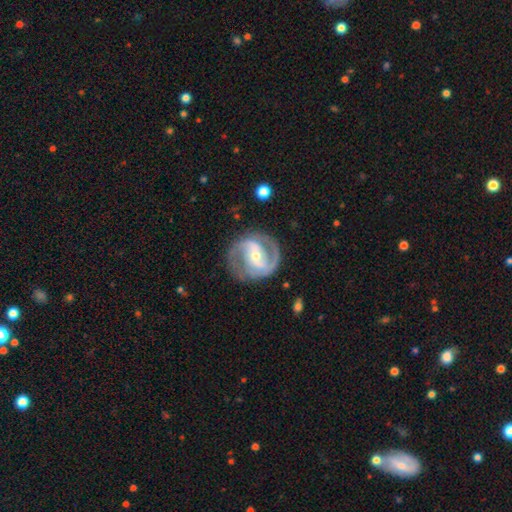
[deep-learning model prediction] Smooth or featured? Predicted: featured or disk (p=0.90). Edge-on disk? Predicted: no (p=0.98). Bar? Predicted: weak (p=0.40). Spiral arms? Predicted: yes (p=0.96). Spiral winding? Predicted: medium (p=0.53). Spiral arm count? Predicted: 2 (p=0.88). Bulge size? Predicted: small (p=0.49). Merging? Predicted: none (p=0.79).